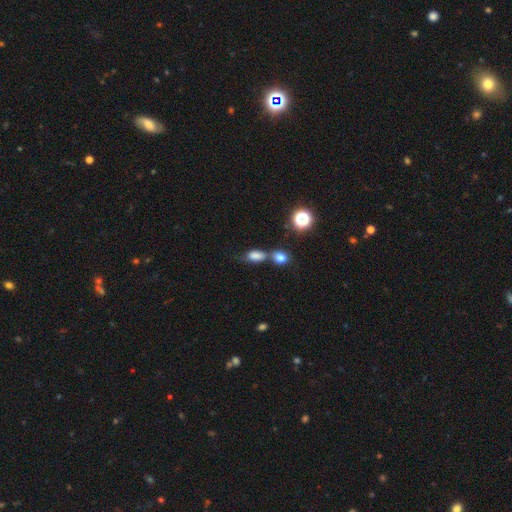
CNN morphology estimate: Smooth or featured?
  - smooth: 76% *
  - star or artifact: 14%
  - featured or disk: 10%
How rounded?
  - in between: 78% *
  - round: 16%
  - cigar-shaped: 6%
Merging?
  - merger: 42% *
  - none: 35%
  - minor disturbance: 15%
  - major disturbance: 8%